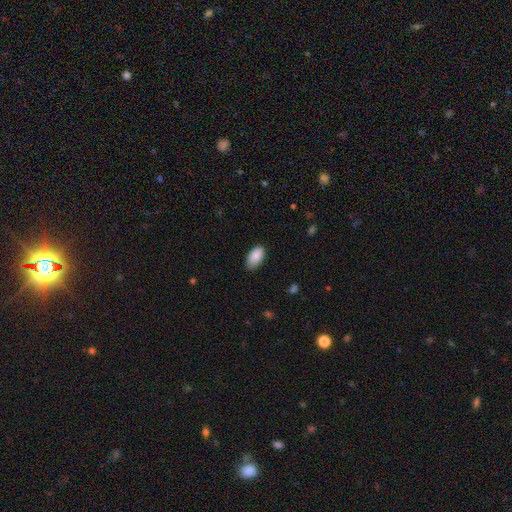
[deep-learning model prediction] This is clearly a smooth galaxy (89%). How rounded: clearly in between (95%). Merging: clearly none (80%).